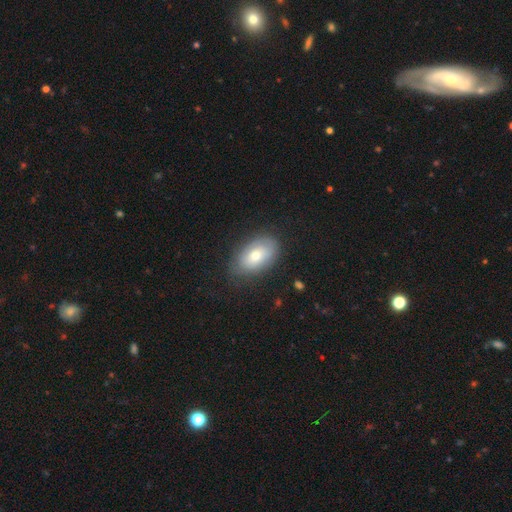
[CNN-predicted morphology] This is likely a smooth galaxy (66%). How rounded: clearly in between (92%). Merging: likely none (77%).